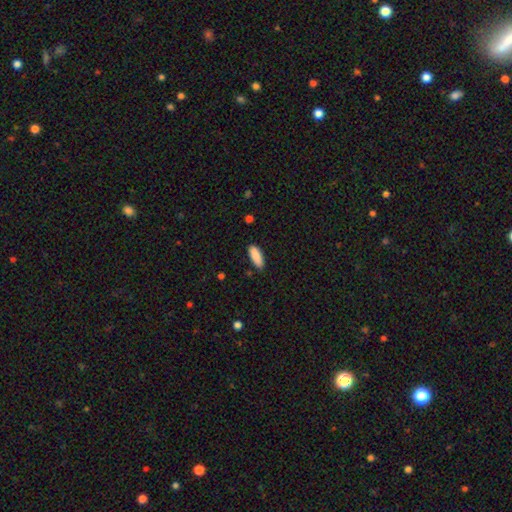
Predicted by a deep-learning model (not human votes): Smooth or featured?
  - smooth: 89% *
  - star or artifact: 6%
  - featured or disk: 5%
How rounded?
  - in between: 71% *
  - cigar-shaped: 27%
  - round: 2%
Merging?
  - none: 86% *
  - minor disturbance: 10%
  - major disturbance: 2%
  - merger: 1%